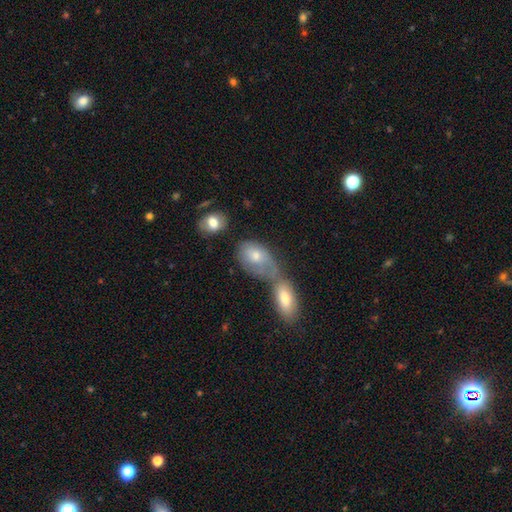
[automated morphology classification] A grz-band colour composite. It shows a smooth galaxy with no disk features (69%) that is in between round and cigar-shaped (84%). Merging: merger (52%).